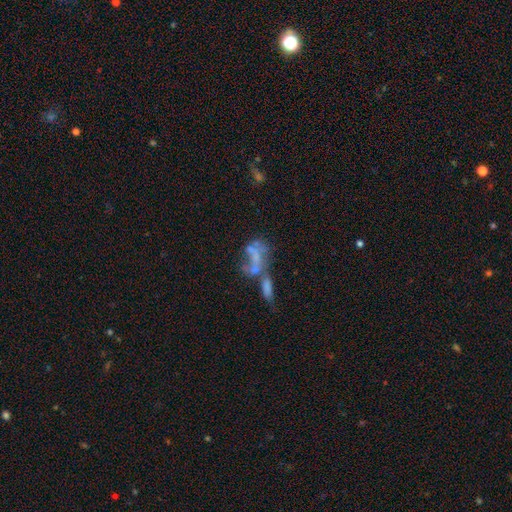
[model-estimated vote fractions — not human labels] This appears to be a featured or disk galaxy (51%). Merging: merger (56%).